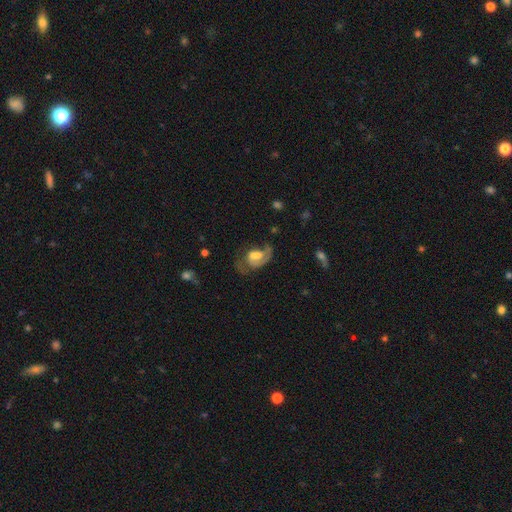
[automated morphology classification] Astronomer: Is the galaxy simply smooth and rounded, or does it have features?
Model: featured or disk — 62%.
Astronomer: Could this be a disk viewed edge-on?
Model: no — 96%.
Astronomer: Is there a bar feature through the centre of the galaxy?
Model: no — 54% (runner-up: weak, 36%).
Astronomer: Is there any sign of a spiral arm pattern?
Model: yes — 76%.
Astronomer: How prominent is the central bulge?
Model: moderate — 40% (runner-up: large, 25%).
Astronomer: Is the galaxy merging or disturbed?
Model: major disturbance — 40% (runner-up: none, 28%).